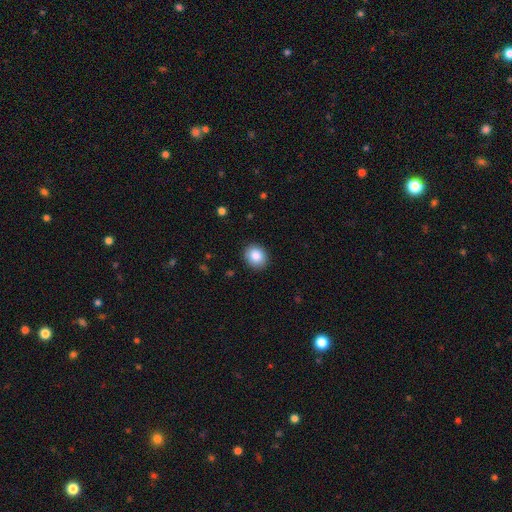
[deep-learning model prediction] A smooth galaxy with no disk features (87%) that is round (61%). Merging: none (90%).